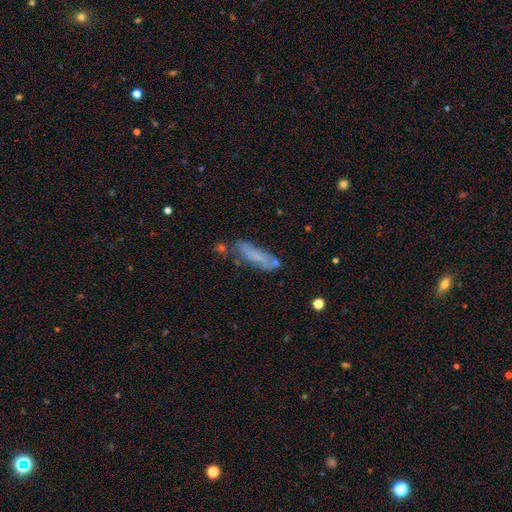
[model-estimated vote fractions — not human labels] Morphology: type=smooth (59%); roundness=cigar-shaped (69%); merging=none (56%).